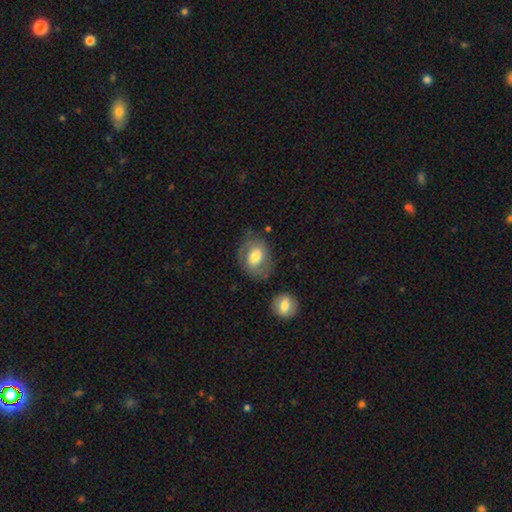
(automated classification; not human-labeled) Smooth or featured?
  - smooth: 62% *
  - featured or disk: 30%
  - star or artifact: 7%
How rounded?
  - in between: 58% *
  - round: 40%
  - cigar-shaped: 1%
Merging?
  - none: 64% *
  - minor disturbance: 21%
  - major disturbance: 10%
  - merger: 5%